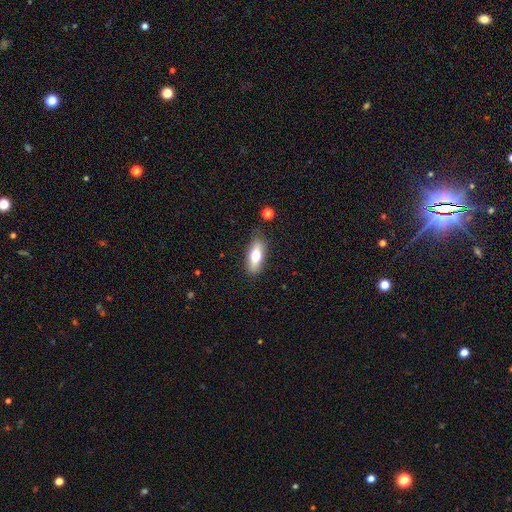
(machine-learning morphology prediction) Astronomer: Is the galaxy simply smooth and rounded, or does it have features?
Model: smooth — 69%.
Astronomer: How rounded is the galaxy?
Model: in between — 73%.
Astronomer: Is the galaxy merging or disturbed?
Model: none — 81%.